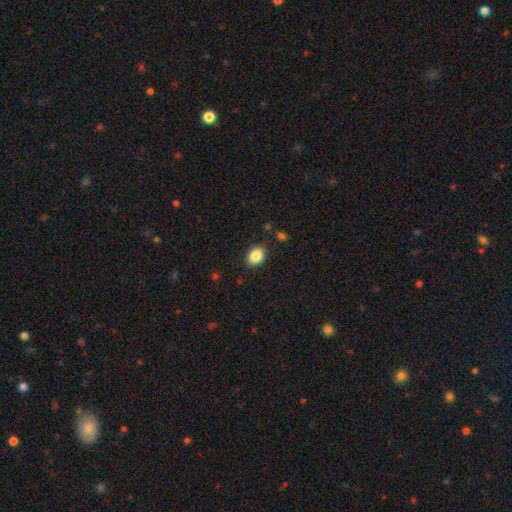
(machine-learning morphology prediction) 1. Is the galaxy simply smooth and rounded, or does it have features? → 87% smooth, 8% star or artifact, 5% featured or disk.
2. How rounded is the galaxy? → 73% in between, 26% round, 1% cigar-shaped.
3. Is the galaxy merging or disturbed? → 86% none, 10% minor disturbance, 3% major disturbance, 2% merger.